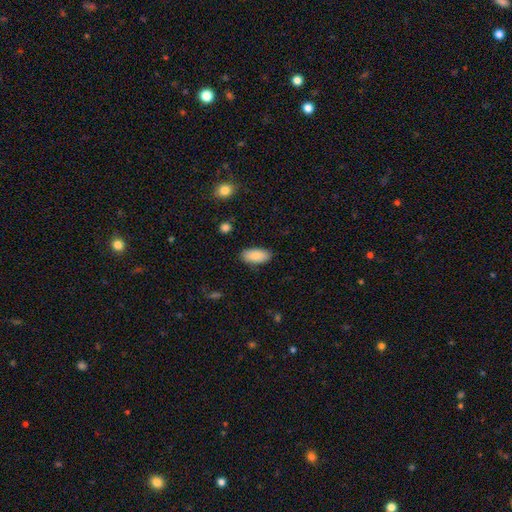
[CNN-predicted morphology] smooth 87%, featured or disk 7%, star or artifact 6%. Down the decision tree: how rounded — in between (93%); merging — none (86%).